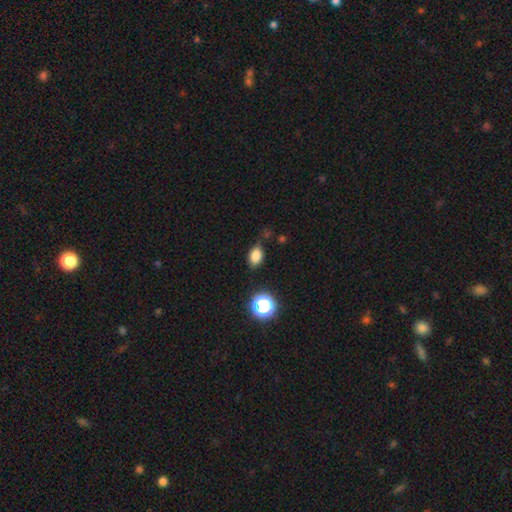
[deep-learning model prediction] Smooth or featured?
  - smooth: 81% *
  - star or artifact: 13%
  - featured or disk: 6%
How rounded?
  - in between: 76% *
  - round: 22%
  - cigar-shaped: 2%
Merging?
  - none: 71% *
  - minor disturbance: 21%
  - major disturbance: 5%
  - merger: 4%